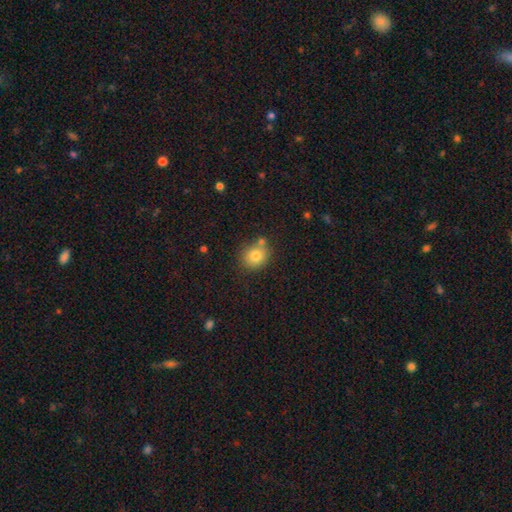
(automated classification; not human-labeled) This is clearly a smooth galaxy (80%). How rounded: likely round (75%). Merging: likely none (70%).